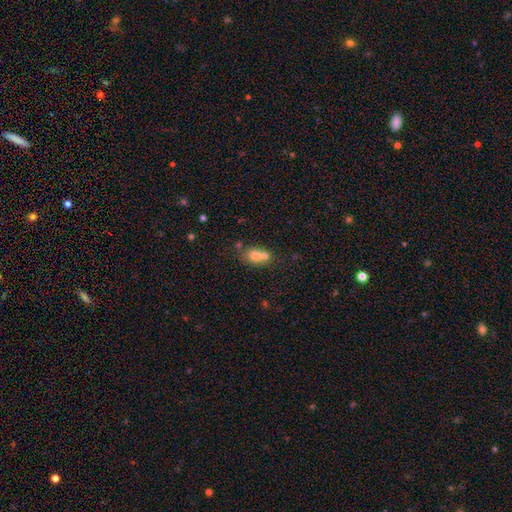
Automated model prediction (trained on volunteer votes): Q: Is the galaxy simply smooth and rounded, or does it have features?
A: smooth — 73%.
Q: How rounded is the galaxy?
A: round — 57%.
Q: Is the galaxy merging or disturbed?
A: merger — 56%.